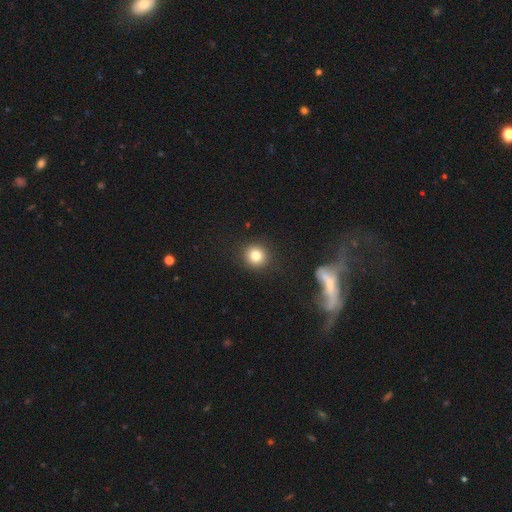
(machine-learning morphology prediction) Smooth or featured: smooth — 80% (star or artifact — 12%)
How rounded: round — 92% (in between — 7%)
Merging: none — 90% (minor disturbance — 6%)